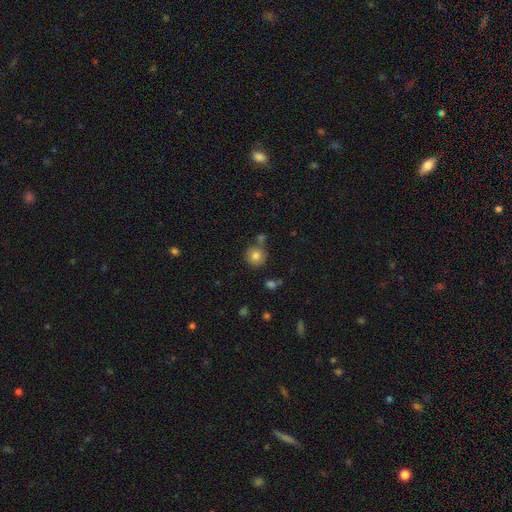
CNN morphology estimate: Smooth or featured?
  - smooth: 81% *
  - star or artifact: 11%
  - featured or disk: 9%
How rounded?
  - round: 93% *
  - in between: 6%
  - cigar-shaped: 1%
Merging?
  - none: 75% *
  - merger: 12%
  - minor disturbance: 10%
  - major disturbance: 3%